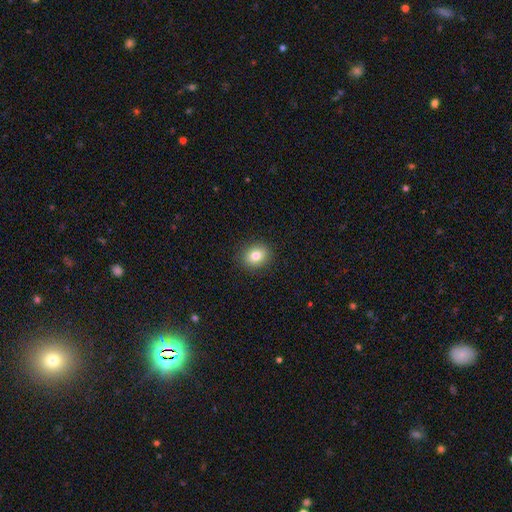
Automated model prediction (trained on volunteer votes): smooth-or-featured: smooth: 82% | star or artifact: 10% | featured or disk: 8%
  how-rounded: round: 57% | in between: 42% | cigar-shaped: 1%
  merging: none: 90% | minor disturbance: 7% | major disturbance: 2% | merger: 1%